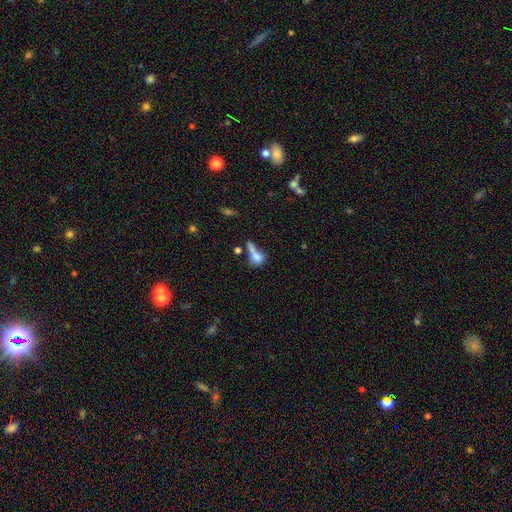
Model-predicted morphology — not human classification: type=smooth (69%); roundness=in between (48%); merging=merger (36%).